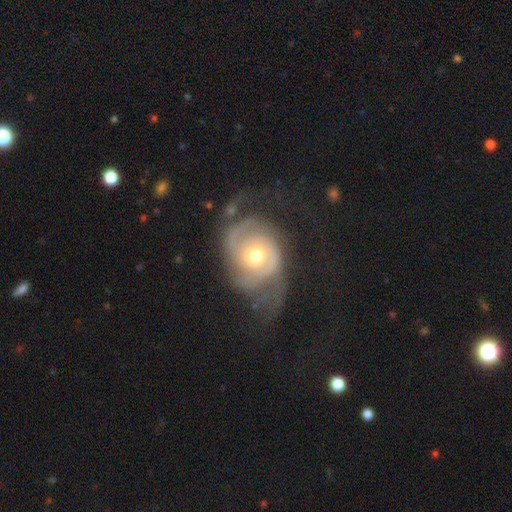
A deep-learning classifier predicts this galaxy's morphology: A featured or disk galaxy (83%) with no bar (78%), 2 (57%) tight (52%) spiral arms (92%) and a moderate central bulge (72%).

Vote fractions:
- Smooth or featured? featured or disk: 83% / smooth: 12% / star or artifact: 5%
- Edge-on disk? no: 97% / yes: 3%
- Bar? no: 78% / weak: 18% / strong: 4%
- Spiral arms? yes: 92% / no: 8%
- Spiral winding? tight: 52% / medium: 34% / loose: 14%
- Spiral arm count? 2: 57% / can't tell: 19% / 3: 11% / 1: 7% / 4: 3% / more than 4: 3%
- Bulge size? moderate: 72% / small: 19% / large: 7% / dominant: 1% / none: 1%
- Merging? none: 48% / major disturbance: 26% / minor disturbance: 23% / merger: 3%